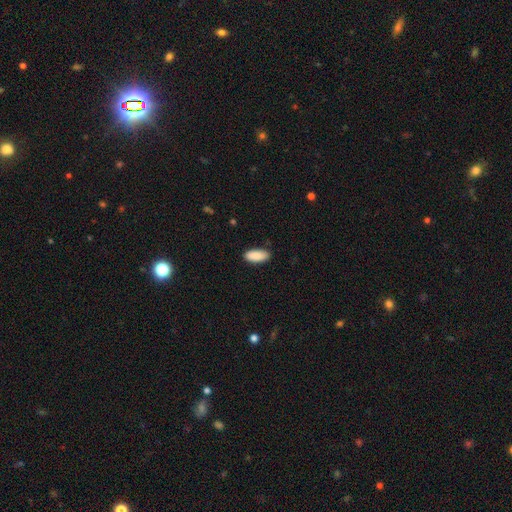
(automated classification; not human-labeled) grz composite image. It shows a smooth galaxy with no disk features (90%) that is in between round and cigar-shaped (86%). Merging: none (86%).